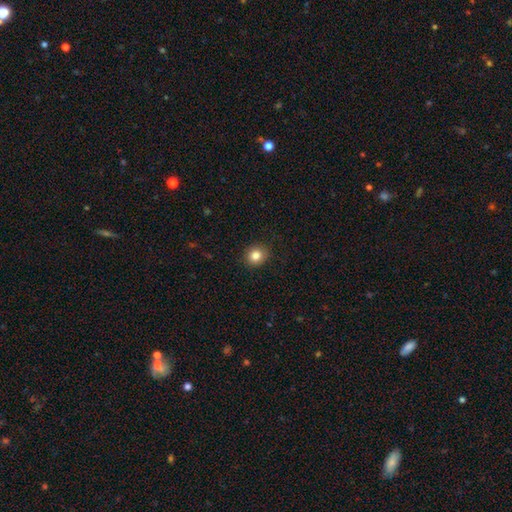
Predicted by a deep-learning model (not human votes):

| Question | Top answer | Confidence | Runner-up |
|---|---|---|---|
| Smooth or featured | smooth | 84% | star or artifact (10%) |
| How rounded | round | 79% | in between (20%) |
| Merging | none | 89% | minor disturbance (8%) |